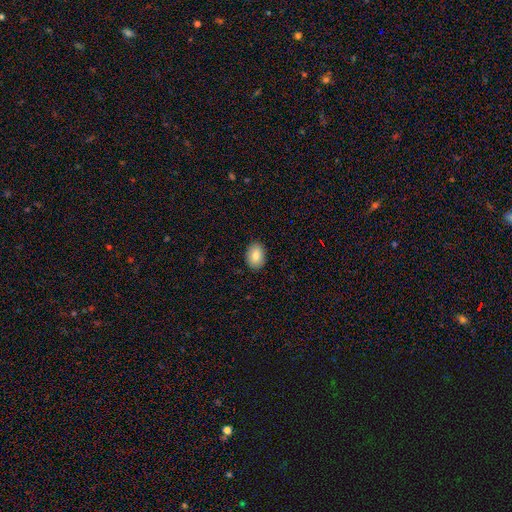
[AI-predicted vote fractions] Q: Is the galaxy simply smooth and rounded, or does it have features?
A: smooth — 84%.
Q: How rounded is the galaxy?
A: in between — 80%.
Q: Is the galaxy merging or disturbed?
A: none — 90%.